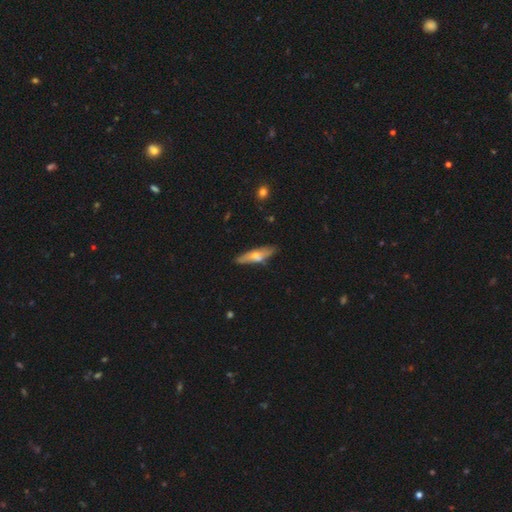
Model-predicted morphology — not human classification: smooth 47% (tied), featured or disk 47% (tied), star or artifact 6%. Down the decision tree: merging — none (76%).